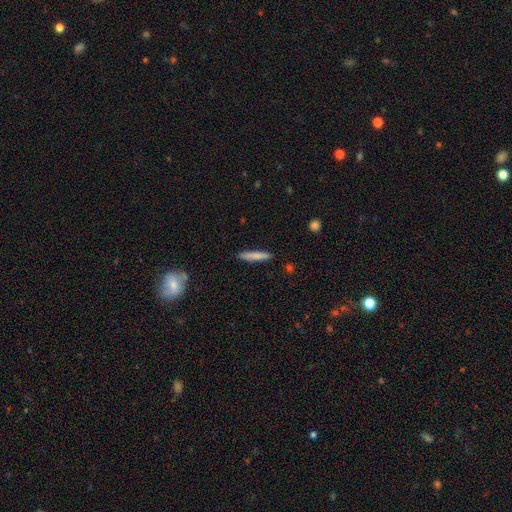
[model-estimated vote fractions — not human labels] smooth_or_featured: smooth (p=0.79) [alt: featured or disk p=0.16]
how_rounded: cigar-shaped (p=0.91) [alt: in between p=0.07]
merging: none (p=0.89) [alt: minor disturbance p=0.08]